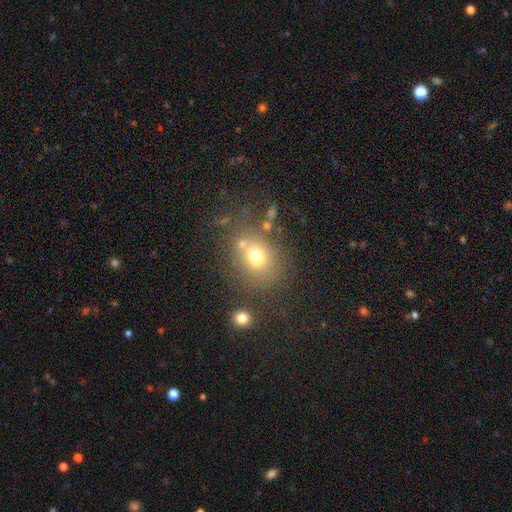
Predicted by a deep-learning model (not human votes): A smooth galaxy with no disk features (68%) that is round (61%). Merging: none (62%).